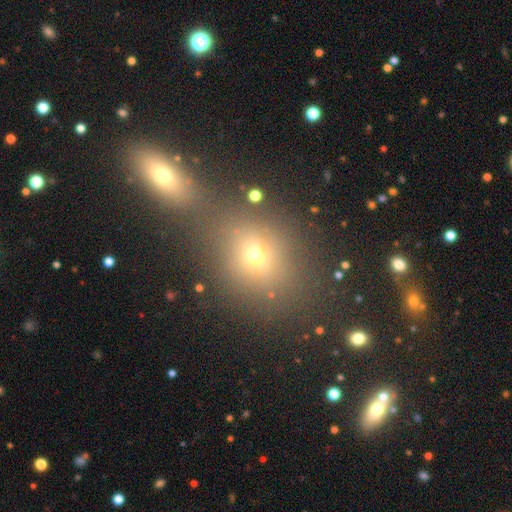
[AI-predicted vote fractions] smooth_or_featured: smooth (p=0.62) [alt: star or artifact p=0.23]
how_rounded: round (p=0.57) [alt: in between p=0.40]
merging: none (p=0.49) [alt: merger p=0.37]